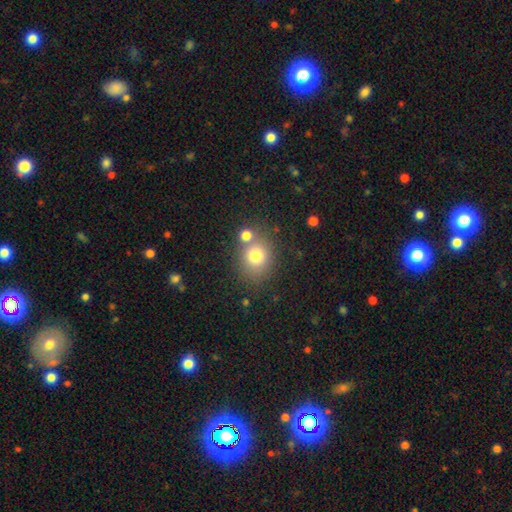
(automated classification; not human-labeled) Q: Smooth or featured?
A: smooth (75%); runner-up: star or artifact (13%)
Q: How rounded?
A: round (73%); runner-up: in between (26%)
Q: Merging?
A: none (62%); runner-up: merger (23%)